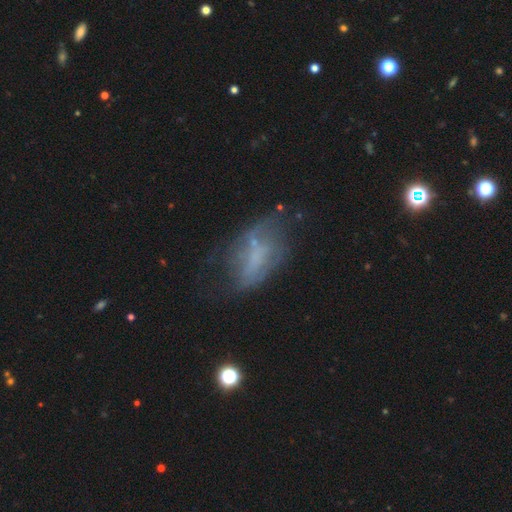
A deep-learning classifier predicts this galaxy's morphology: type=featured or disk (48%); merging=none (43%).